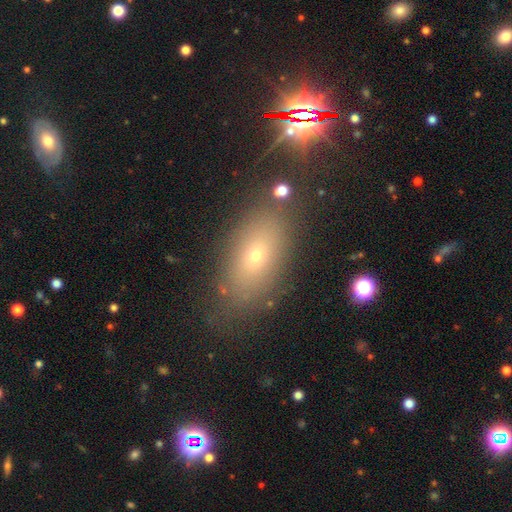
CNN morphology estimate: smooth_or_featured: smooth (p=0.55) [alt: featured or disk p=0.23]
how_rounded: in between (p=0.80) [alt: round p=0.10]
merging: none (p=0.81) [alt: minor disturbance p=0.11]